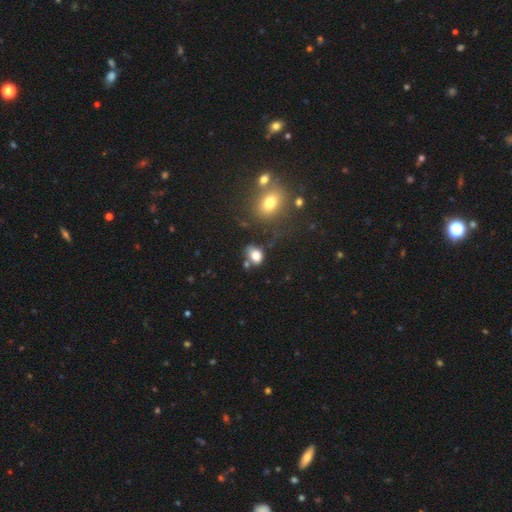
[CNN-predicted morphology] Smooth or featured: smooth — 79% (star or artifact — 11%)
How rounded: in between — 64% (round — 35%)
Merging: none — 50% (minor disturbance — 24%)